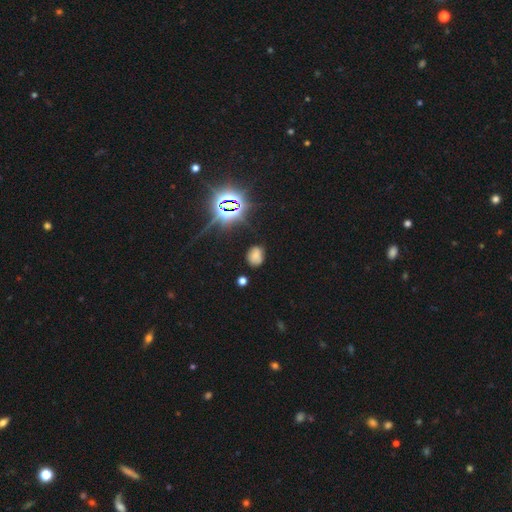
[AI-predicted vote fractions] This is likely a smooth galaxy (64%). How rounded: likely in between (63%). Merging: likely none (75%).